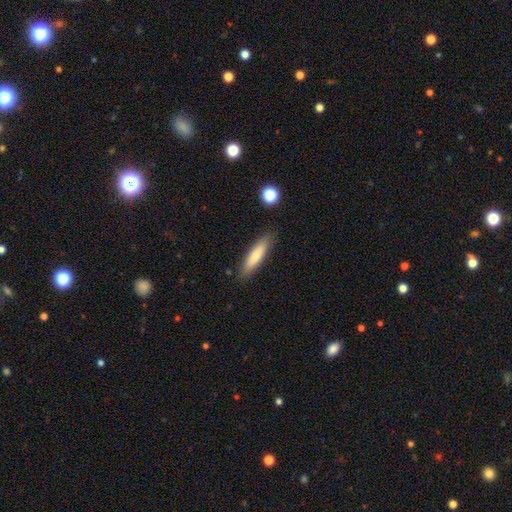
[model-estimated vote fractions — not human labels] Smooth or featured? Predicted: smooth (p=0.76). How rounded? Predicted: cigar-shaped (p=0.78). Merging? Predicted: none (p=0.86).